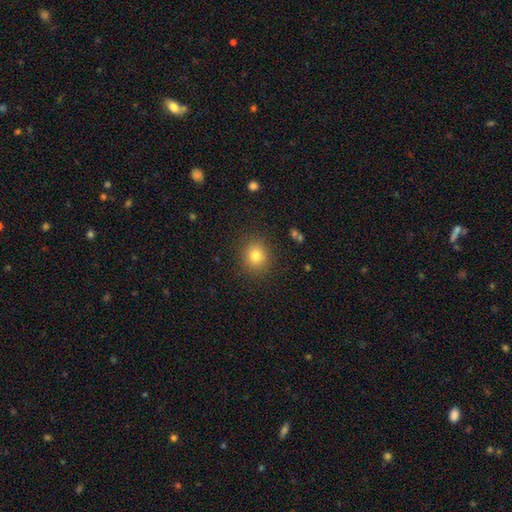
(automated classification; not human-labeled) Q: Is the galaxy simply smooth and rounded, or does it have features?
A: smooth — 80%.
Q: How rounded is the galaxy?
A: round — 83%.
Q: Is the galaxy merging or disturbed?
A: none — 88%.